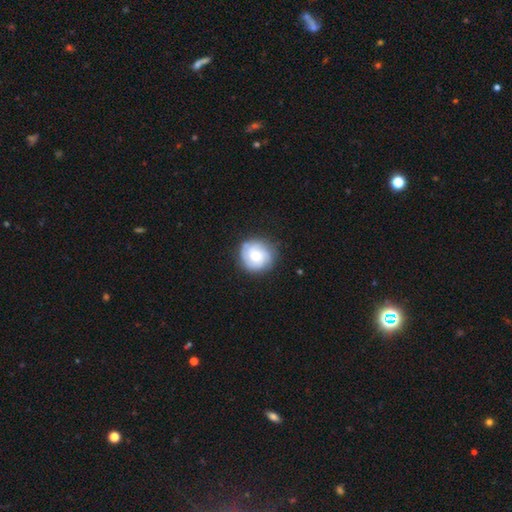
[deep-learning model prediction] A featured or disk galaxy (64%) with no bar (74%), 3 (38%) tight (65%) spiral arms (93%) and a moderate central bulge (57%). Merging: none (81%).